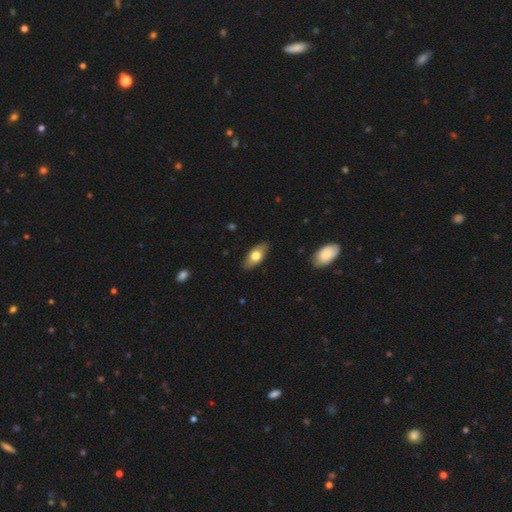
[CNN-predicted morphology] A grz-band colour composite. It shows a smooth galaxy with no disk features (69%) that is in between round and cigar-shaped (87%). Merging: none (86%).